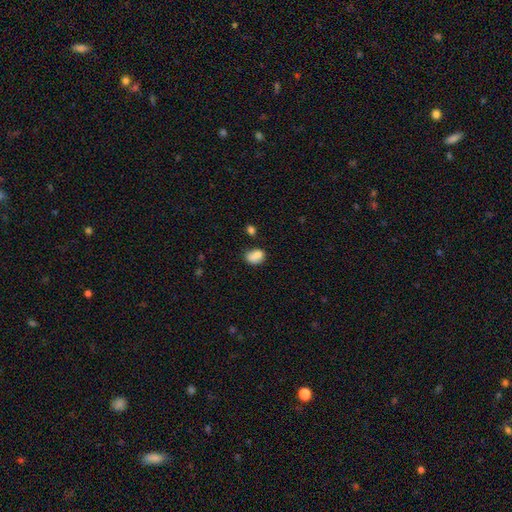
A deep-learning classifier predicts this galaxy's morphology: Q: Smooth or featured?
A: smooth (80%); runner-up: featured or disk (11%)
Q: How rounded?
A: in between (62%); runner-up: round (37%)
Q: Merging?
A: none (47%); runner-up: merger (24%)